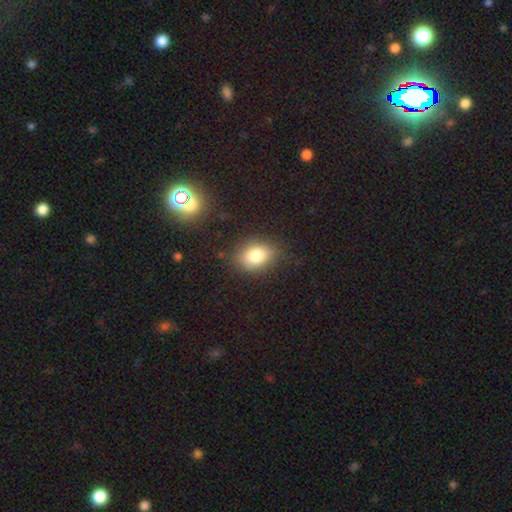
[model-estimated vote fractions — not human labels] smooth 79%, star or artifact 11%, featured or disk 10%. Down the decision tree: how rounded — in between (68%); merging — none (80%).